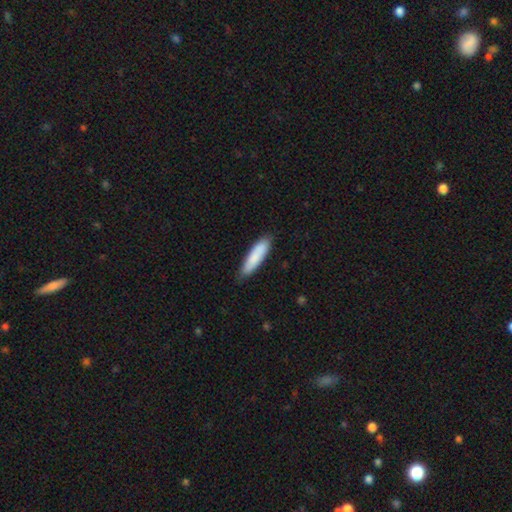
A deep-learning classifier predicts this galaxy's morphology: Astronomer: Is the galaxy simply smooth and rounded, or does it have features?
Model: smooth — 84%.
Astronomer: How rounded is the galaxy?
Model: cigar-shaped — 69%.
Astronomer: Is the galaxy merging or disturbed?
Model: none — 82%.